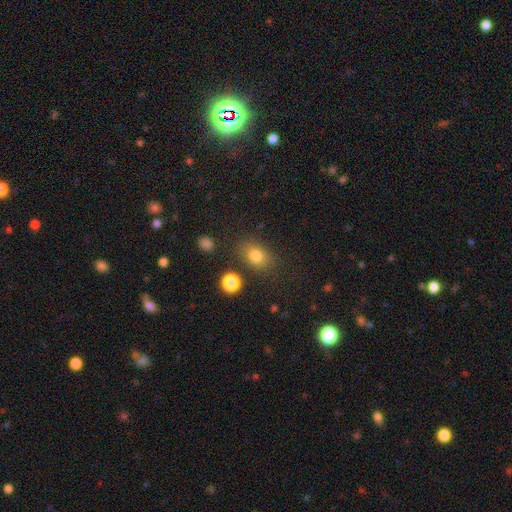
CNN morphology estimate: Smooth or featured? smooth (79%)
How rounded? in between (64%)
Merging? none (79%)